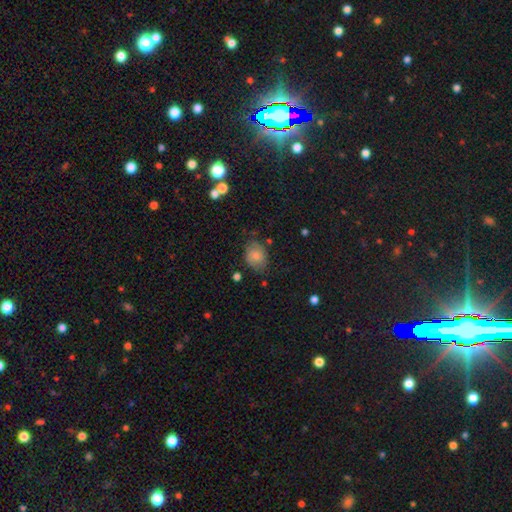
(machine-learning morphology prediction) Smooth or featured?
  - smooth: 70% *
  - featured or disk: 21%
  - star or artifact: 9%
How rounded?
  - in between: 61% *
  - round: 38%
  - cigar-shaped: 1%
Merging?
  - none: 69% *
  - minor disturbance: 23%
  - major disturbance: 6%
  - merger: 2%